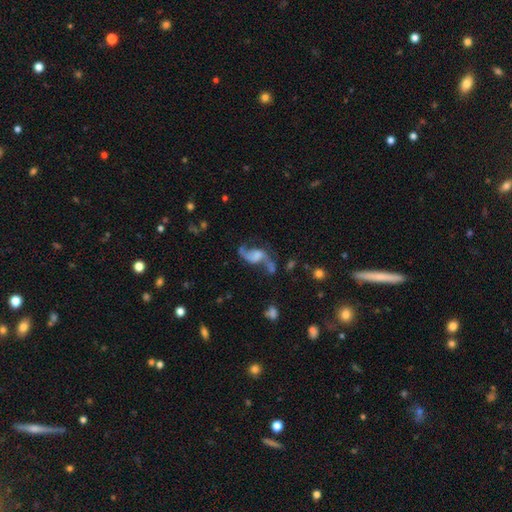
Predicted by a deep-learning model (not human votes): Smooth or featured?
  - featured or disk: 76% *
  - smooth: 15%
  - star or artifact: 10%
Edge-on disk?
  - no: 96% *
  - yes: 4%
Bar?
  - no: 48% *
  - weak: 38%
  - strong: 14%
Spiral arms?
  - yes: 89% *
  - no: 11%
Spiral winding?
  - loose: 83% *
  - medium: 13%
  - tight: 3%
Spiral arm count?
  - 2: 87% *
  - 1: 7%
  - can't tell: 3%
  - 3: 1%
  - 4: 1%
  - more than 4: 1%
Bulge size?
  - none: 47% *
  - small: 20%
  - moderate: 18%
  - large: 13%
  - dominant: 3%
Merging?
  - none: 39% *
  - major disturbance: 26%
  - minor disturbance: 18%
  - merger: 17%